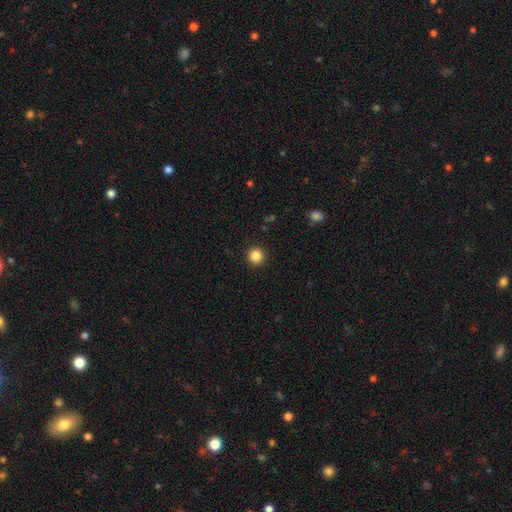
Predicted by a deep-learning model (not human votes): Smooth or featured: smooth — 86% (star or artifact — 11%)
How rounded: round — 95% (in between — 4%)
Merging: none — 93% (minor disturbance — 4%)